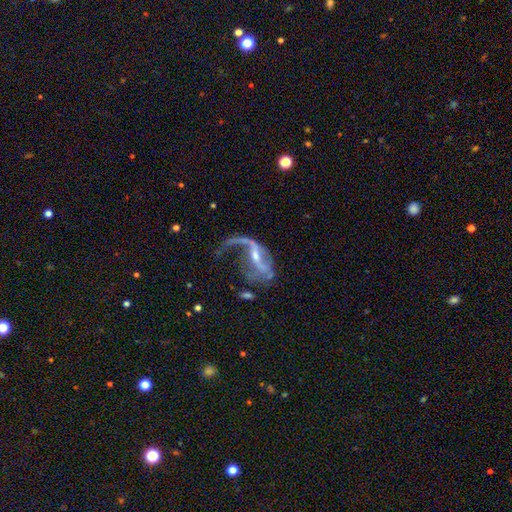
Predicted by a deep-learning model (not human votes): This is clearly a featured or disk galaxy (81%). It is clearly not viewed edge-on (91%). Bar: marginally weak (37%). Spiral arm pattern: clearly yes (81%). Spiral arm count: possibly 1 (49%). Spiral winding: clearly loose (80%). Central bulge: possibly small (59%). Merging: possibly major disturbance (52%).